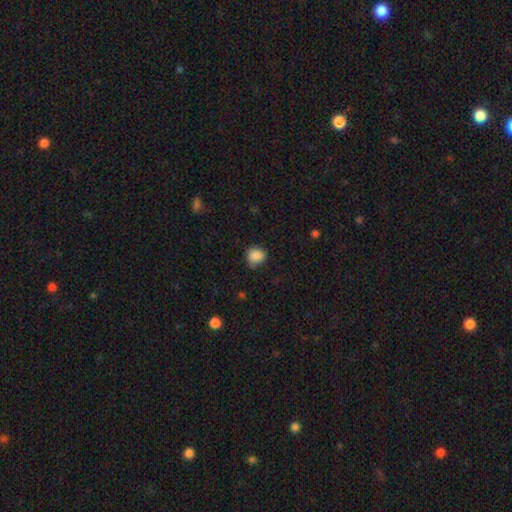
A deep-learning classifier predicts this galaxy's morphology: Overall: smooth (86%). How rounded: round (76%). Merging: none (69%).